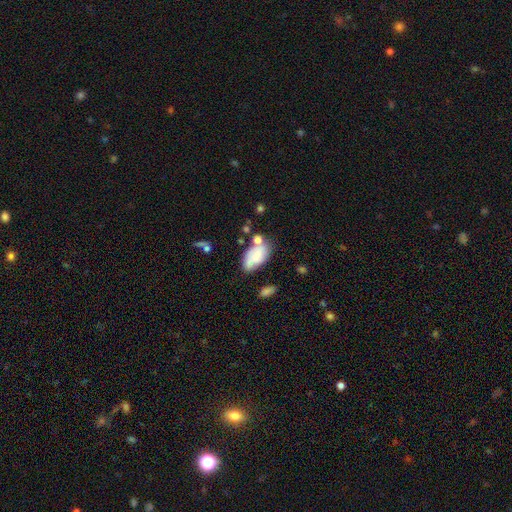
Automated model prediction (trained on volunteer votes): This is likely a smooth galaxy (68%). How rounded: clearly in between (93%). Merging: possibly none (47%).